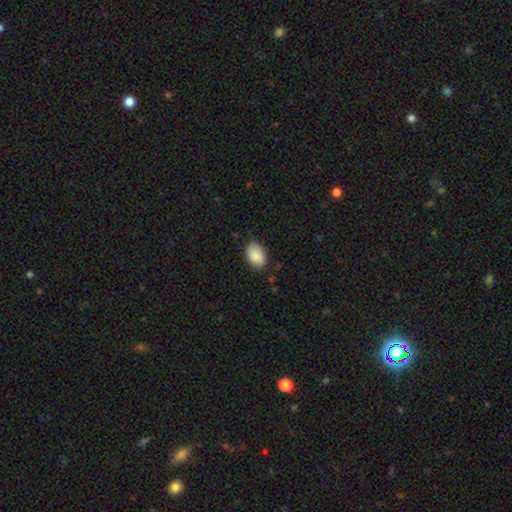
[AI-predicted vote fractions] Overall: smooth (89%). How rounded: in between (89%). Merging: none (79%).